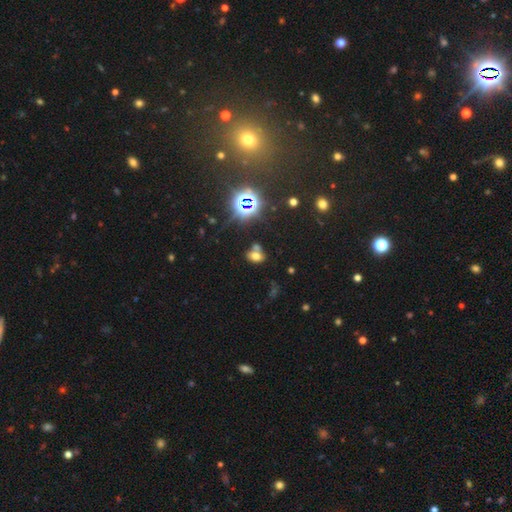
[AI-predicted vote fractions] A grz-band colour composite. It shows a smooth galaxy with no disk features (58%) that is in between round and cigar-shaped (69%). Merging: none (46%).